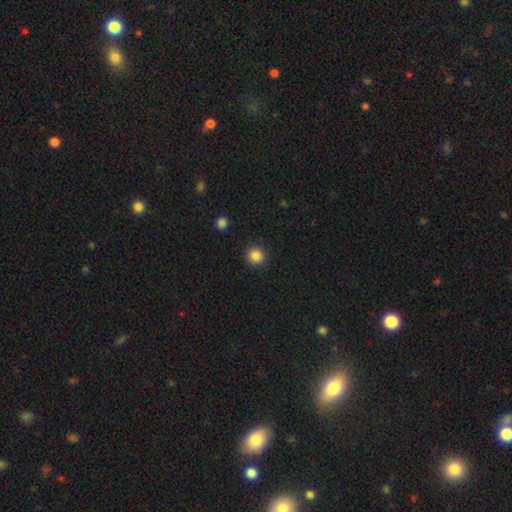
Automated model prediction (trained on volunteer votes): A smooth galaxy with no disk features (86%) that is round (95%). Merging: none (91%).